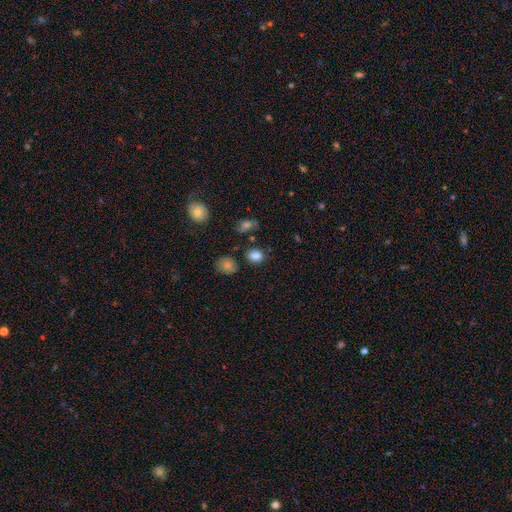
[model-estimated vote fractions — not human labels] smooth_or_featured: smooth (p=0.82) [alt: star or artifact p=0.11]
how_rounded: round (p=0.52) [alt: in between p=0.47]
merging: none (p=0.80) [alt: minor disturbance p=0.12]